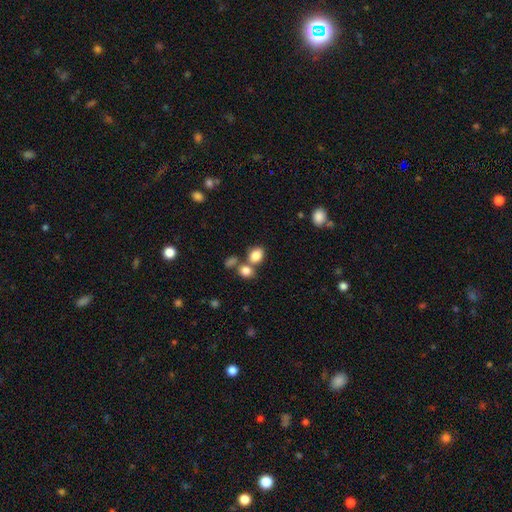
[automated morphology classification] The model was most divided on "how rounded": in between: 53%, round: 45%, cigar-shaped: 1%. More confident: smooth or featured — smooth (83%); merging — none (52%).